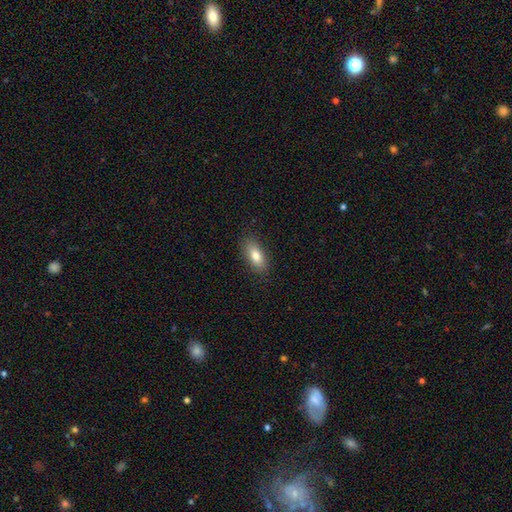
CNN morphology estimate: A smooth galaxy with no disk features (81%) that is in between round and cigar-shaped (87%).

Vote fractions:
- Smooth or featured? smooth: 81% / featured or disk: 11% / star or artifact: 7%
- How rounded? in between: 87% / cigar-shaped: 10% / round: 4%
- Merging? none: 86% / minor disturbance: 11% / major disturbance: 3% / merger: 1%